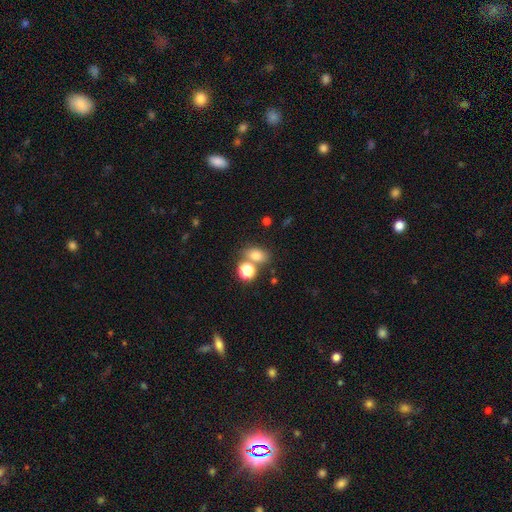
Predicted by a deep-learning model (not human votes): This is likely a smooth galaxy (77%). How rounded: likely in between (66%). Merging: possibly none (58%).